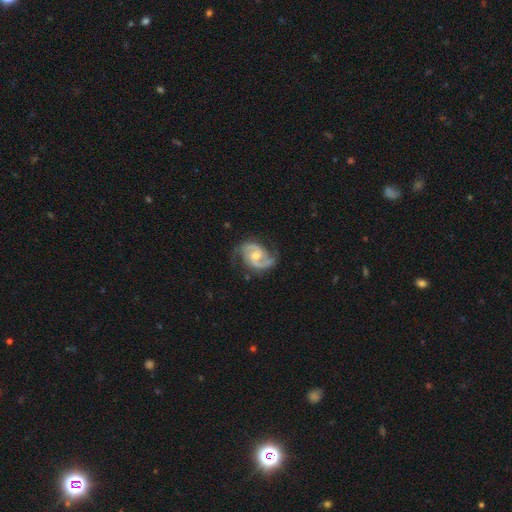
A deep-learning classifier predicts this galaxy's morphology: Smooth or featured? featured or disk (90%)
Edge-on disk? no (98%)
Bar? no (46%)
Spiral arms? yes (98%)
Spiral winding? medium (57%)
Spiral arm count? 2 (92%)
Bulge size? moderate (53%)
Merging? none (73%)